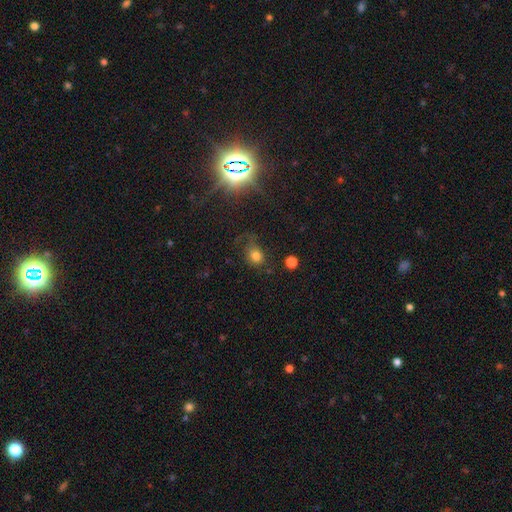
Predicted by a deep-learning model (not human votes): Overall: smooth (73%). How rounded: round (60%; in between 38%). Merging: none (52%; minor disturbance 24%).